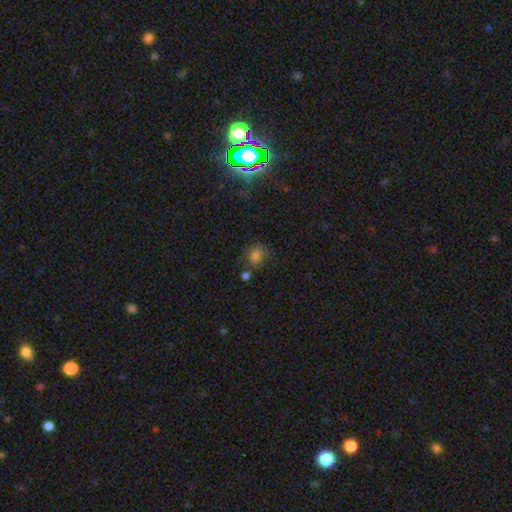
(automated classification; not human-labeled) Smooth or featured? Predicted: smooth (p=0.75). How rounded? Predicted: round (p=0.54). Merging? Predicted: none (p=0.59).